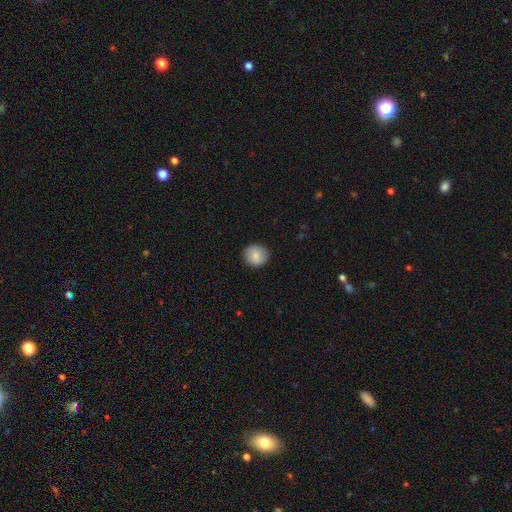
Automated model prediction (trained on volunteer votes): smooth_or_featured: smooth (p=0.86) [alt: star or artifact p=0.07]
how_rounded: round (p=0.90) [alt: in between p=0.09]
merging: none (p=0.90) [alt: minor disturbance p=0.07]